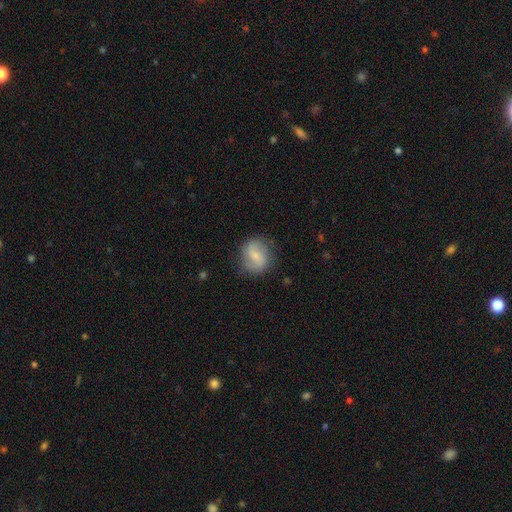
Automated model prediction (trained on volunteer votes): Smooth or featured? featured or disk (51%)
Edge-on disk? no (97%)
Merging? none (78%)